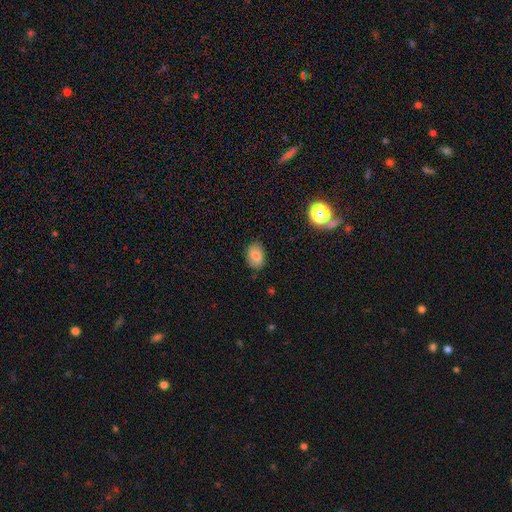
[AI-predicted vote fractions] Smooth or featured: smooth — 77% (featured or disk — 13%)
How rounded: in between — 79% (round — 20%)
Merging: none — 78% (minor disturbance — 18%)